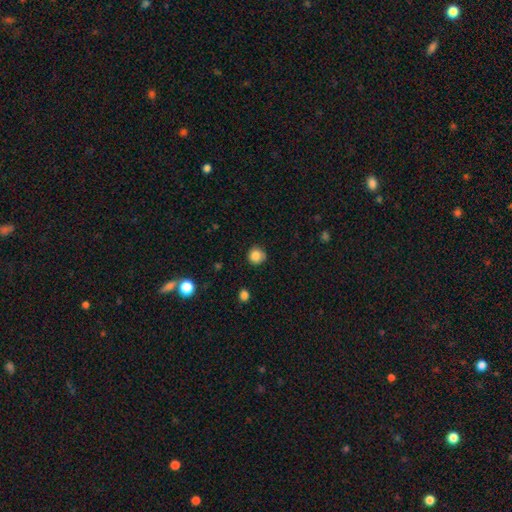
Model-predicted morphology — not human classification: This is clearly a smooth galaxy (85%). How rounded: clearly round (92%). Merging: clearly none (80%).